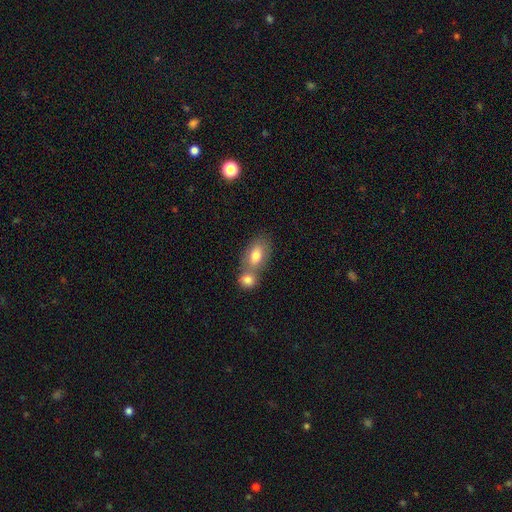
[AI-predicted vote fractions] smooth 77%, featured or disk 15%, star or artifact 8%. Down the decision tree: how rounded — in between (85%); merging — merger (53%).